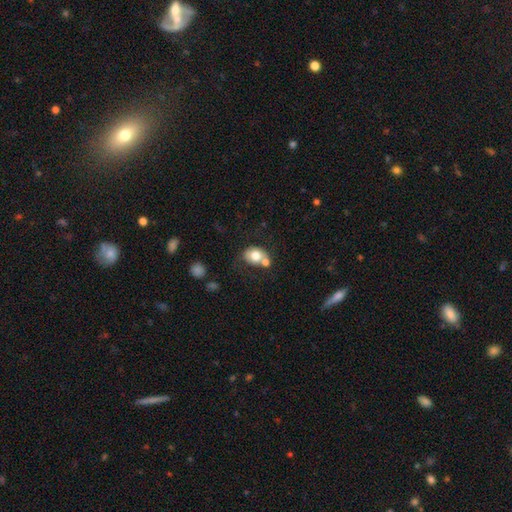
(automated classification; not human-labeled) Smooth or featured? smooth (73%)
How rounded? in between (50%)
Merging? none (41%)